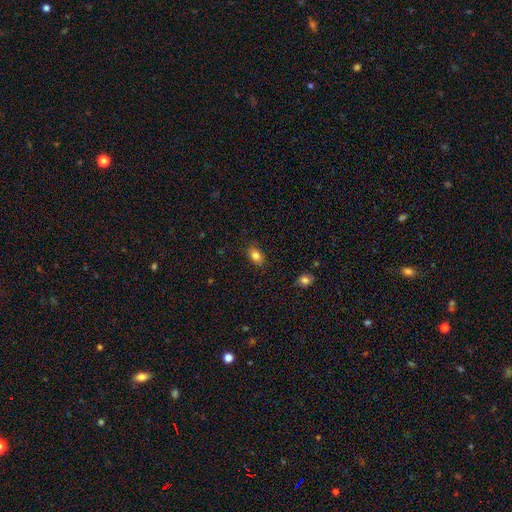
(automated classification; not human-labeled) The model was most divided on "how rounded": in between: 81%, round: 17%, cigar-shaped: 2%. More confident: merging — none (86%); smooth or featured — smooth (83%).